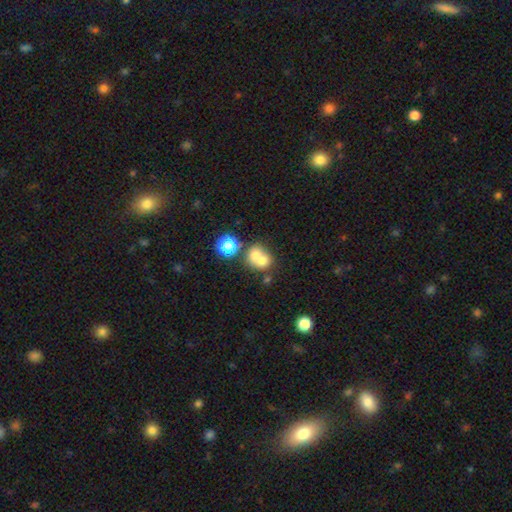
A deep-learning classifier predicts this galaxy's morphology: The model was most divided on "merging": merger: 59%, none: 30%, minor disturbance: 7%, major disturbance: 4%. More confident: how rounded — round (70%); smooth or featured — smooth (69%).